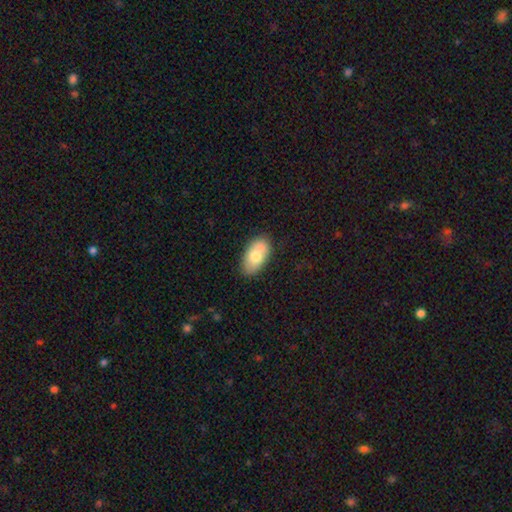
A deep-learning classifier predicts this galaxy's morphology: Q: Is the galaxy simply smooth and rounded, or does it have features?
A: smooth — 71%.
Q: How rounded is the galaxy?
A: in between — 93%.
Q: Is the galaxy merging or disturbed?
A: none — 68%.